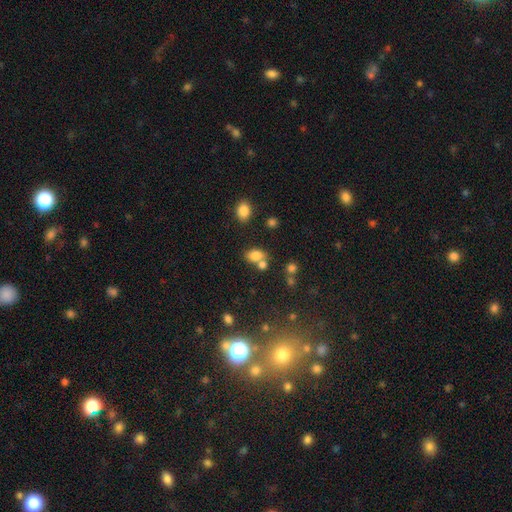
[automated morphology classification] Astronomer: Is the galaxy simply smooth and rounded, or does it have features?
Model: smooth — 79%.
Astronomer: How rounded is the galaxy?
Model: in between — 77%.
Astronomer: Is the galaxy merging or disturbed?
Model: none — 50% (runner-up: merger, 32%).